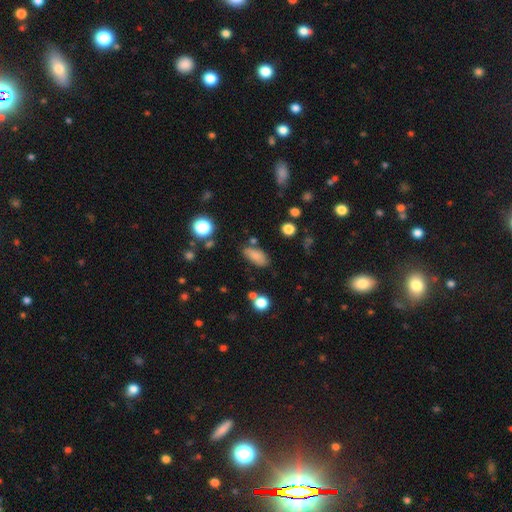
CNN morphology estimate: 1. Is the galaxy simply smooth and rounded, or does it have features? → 83% smooth, 10% star or artifact, 8% featured or disk.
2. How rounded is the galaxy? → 85% in between, 11% cigar-shaped, 4% round.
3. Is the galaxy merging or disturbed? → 73% none, 17% minor disturbance, 6% merger, 5% major disturbance.